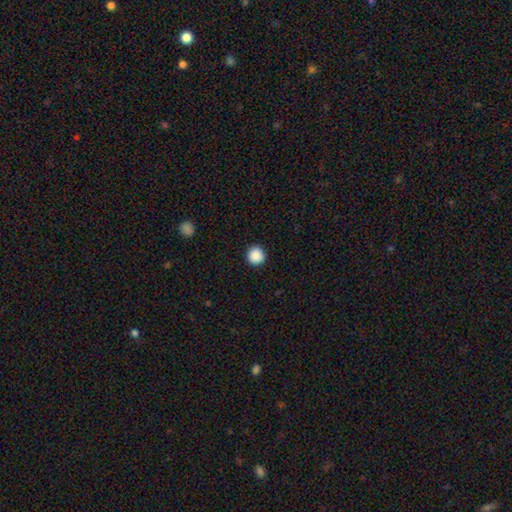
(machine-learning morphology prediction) Q: Smooth or featured?
A: smooth (89%); runner-up: star or artifact (9%)
Q: How rounded?
A: round (95%); runner-up: in between (4%)
Q: Merging?
A: none (92%); runner-up: minor disturbance (5%)